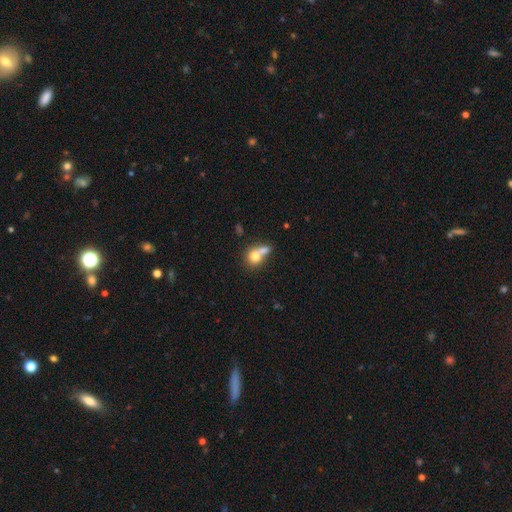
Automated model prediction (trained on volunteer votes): The model was most divided on "merging": merger: 53%, none: 29%, minor disturbance: 10%, major disturbance: 8%. More confident: smooth or featured — smooth (74%); how rounded — round (65%).